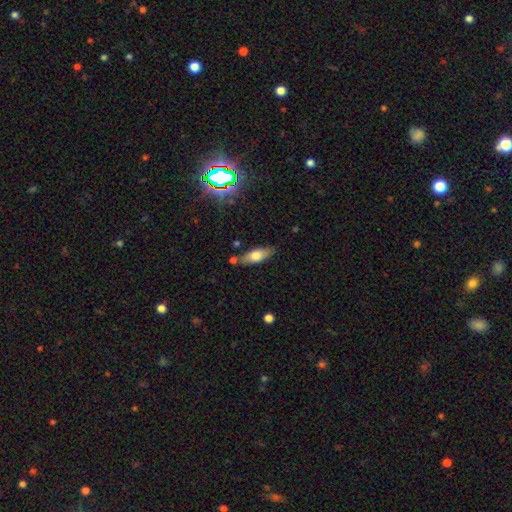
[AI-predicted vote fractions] Morphology: type=smooth (67%); roundness=in between (68%); merging=none (77%).